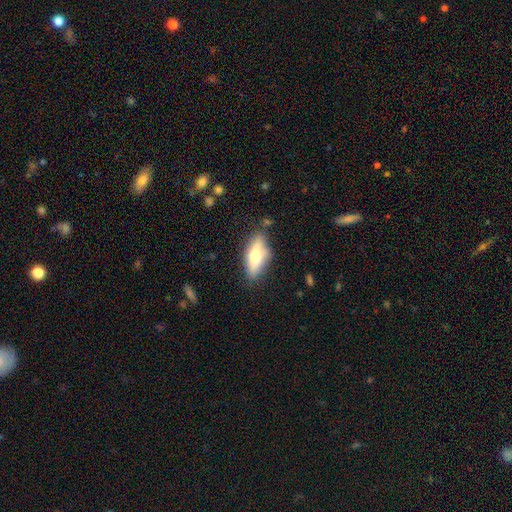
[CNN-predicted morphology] smooth_or_featured: smooth (p=0.62) [alt: featured or disk p=0.31]
how_rounded: in between (p=0.75) [alt: cigar-shaped p=0.22]
merging: none (p=0.73) [alt: minor disturbance p=0.19]